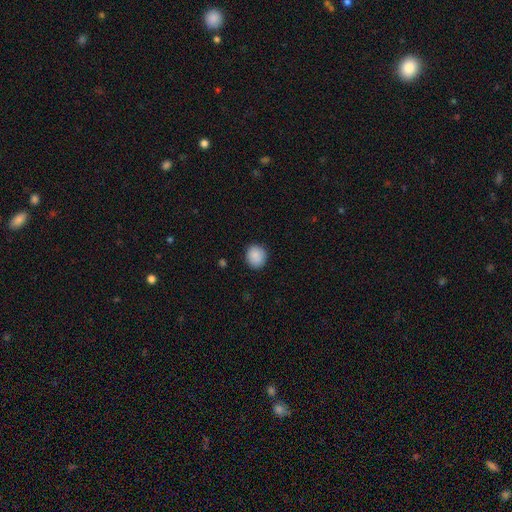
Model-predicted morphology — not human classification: smooth 88%, star or artifact 8%, featured or disk 4%. Down the decision tree: how rounded — round (86%); merging — none (90%).